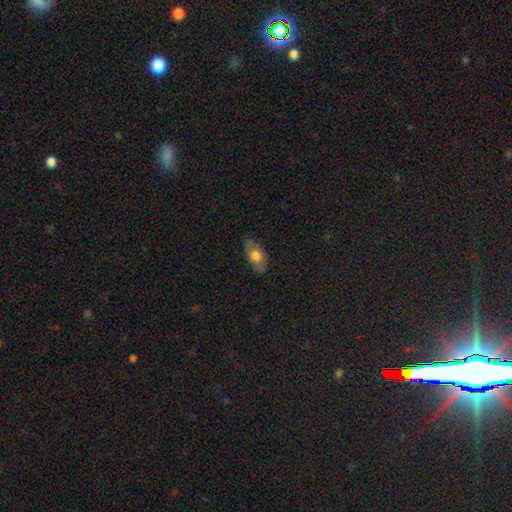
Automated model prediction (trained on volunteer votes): Smooth or featured: smooth — 68% (featured or disk — 25%)
How rounded: in between — 89% (round — 7%)
Merging: none — 83% (minor disturbance — 13%)